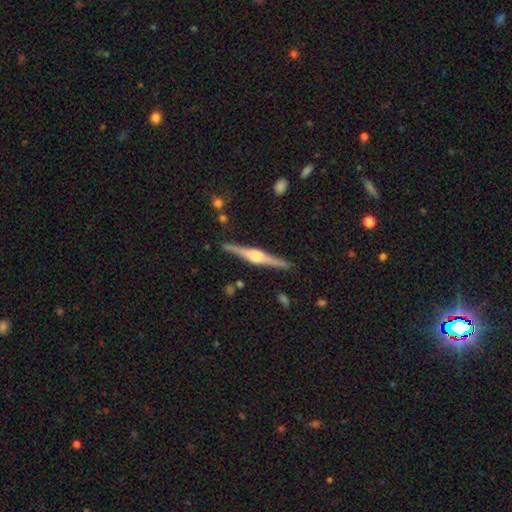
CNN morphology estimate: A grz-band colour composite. It shows a featured or disk galaxy (85%) viewed edge-on (99%) with a rounded central bulge (85%). Merging: none (91%).